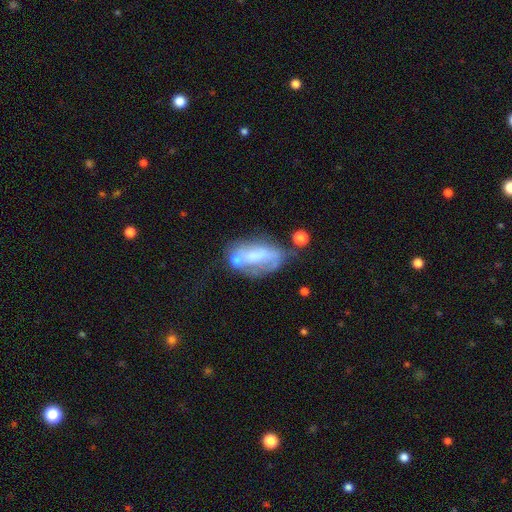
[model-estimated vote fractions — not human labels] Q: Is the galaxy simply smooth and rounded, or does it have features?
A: featured or disk — 51%.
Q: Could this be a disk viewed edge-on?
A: no — 92%.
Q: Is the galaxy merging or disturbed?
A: none — 30%.